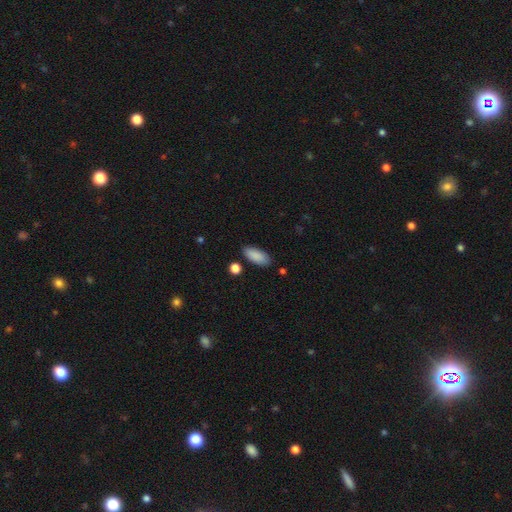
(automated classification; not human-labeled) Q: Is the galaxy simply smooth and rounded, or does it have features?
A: smooth — 88%.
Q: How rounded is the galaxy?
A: in between — 84%.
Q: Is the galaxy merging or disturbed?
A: none — 83%.